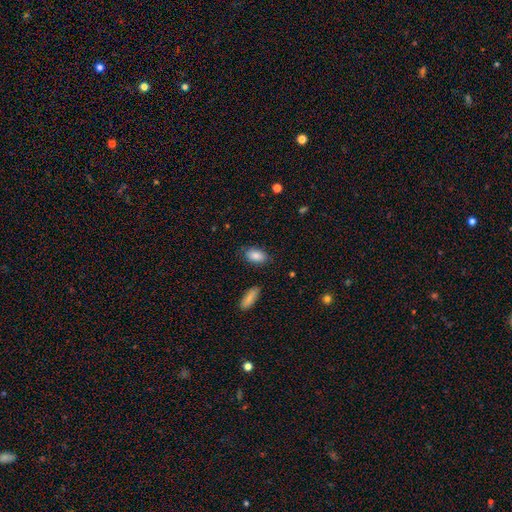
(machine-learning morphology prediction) type=smooth (85%); roundness=in between (92%); merging=none (80%).